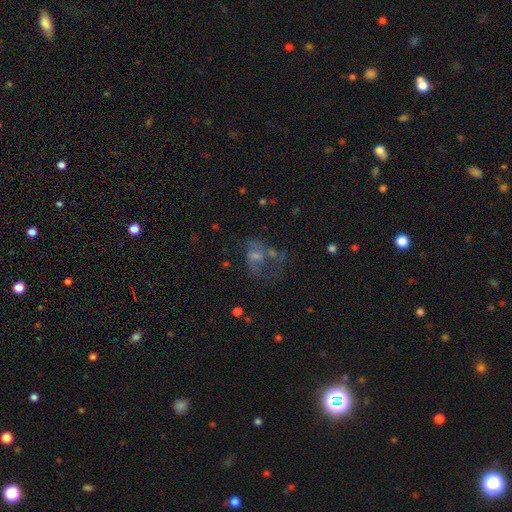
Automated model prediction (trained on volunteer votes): The model was most divided on "merging": major disturbance: 38%, none: 30%, merger: 16%, minor disturbance: 15%. More confident: edge-on disk — no (97%); smooth or featured — featured or disk (51%).